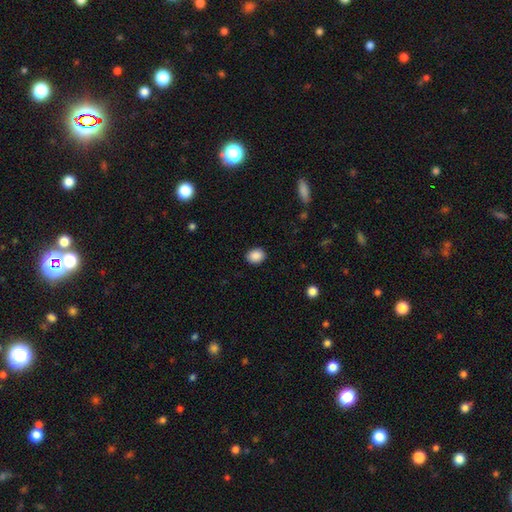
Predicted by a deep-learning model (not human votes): Q: Smooth or featured?
A: smooth (89%); runner-up: star or artifact (8%)
Q: How rounded?
A: in between (53%); runner-up: round (46%)
Q: Merging?
A: none (90%); runner-up: minor disturbance (7%)